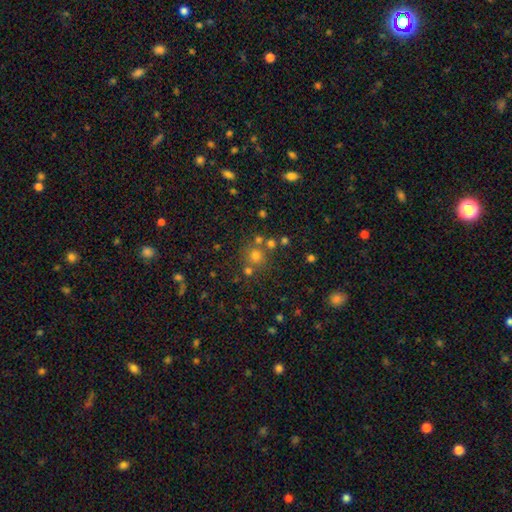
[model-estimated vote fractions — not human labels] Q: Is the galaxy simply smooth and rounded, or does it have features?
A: smooth — 63%.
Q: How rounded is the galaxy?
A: round — 90%.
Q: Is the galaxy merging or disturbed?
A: none — 70%.